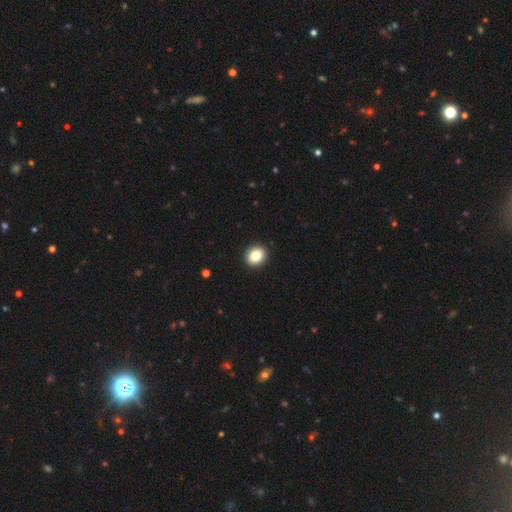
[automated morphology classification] Smooth or featured? Predicted: smooth (p=0.84). How rounded? Predicted: round (p=0.74). Merging? Predicted: none (p=0.93).